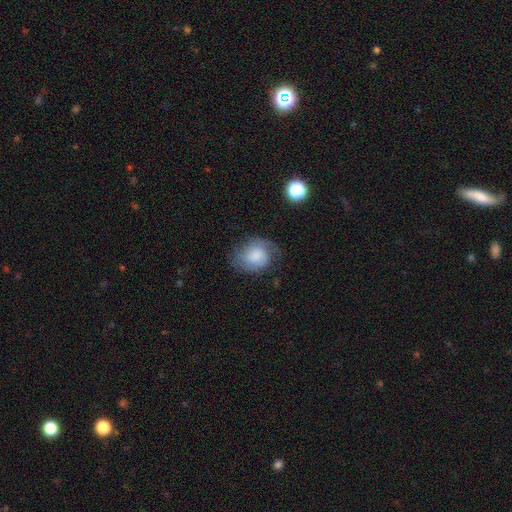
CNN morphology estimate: This appears to be a smooth galaxy with no disk features (53%) that is round (52%). Merging: none (58%).